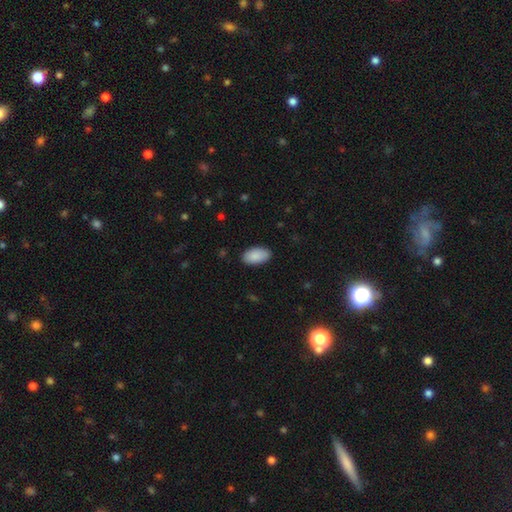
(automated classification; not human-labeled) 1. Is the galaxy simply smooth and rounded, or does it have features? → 89% smooth, 6% star or artifact, 5% featured or disk.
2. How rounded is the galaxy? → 96% in between, 3% round, 2% cigar-shaped.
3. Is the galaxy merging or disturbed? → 87% none, 10% minor disturbance, 2% major disturbance, 1% merger.